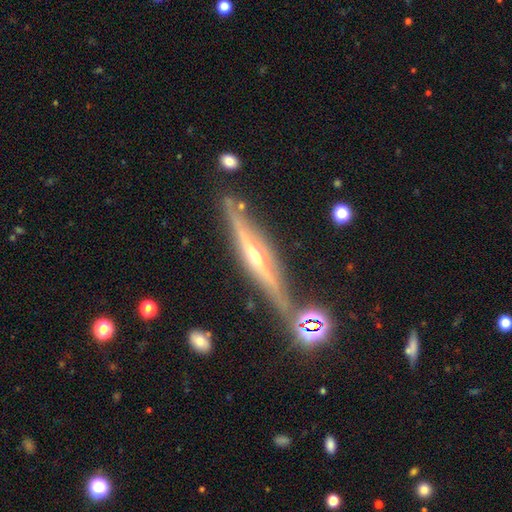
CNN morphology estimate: Smooth or featured? featured or disk (82%)
Edge-on disk? yes (96%)
Edge-on bulge? rounded (81%)
Merging? none (82%)